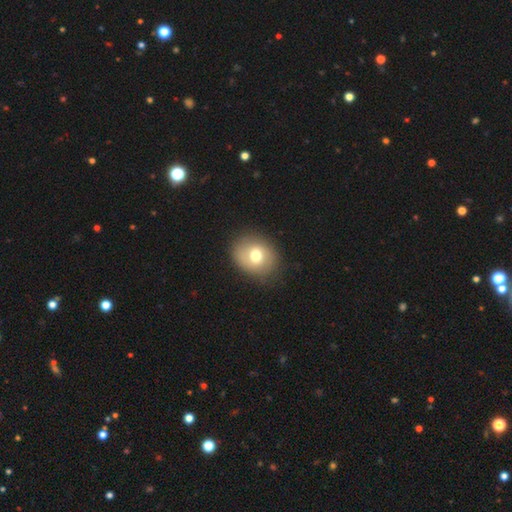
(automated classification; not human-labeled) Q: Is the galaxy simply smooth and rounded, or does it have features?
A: smooth — 68%.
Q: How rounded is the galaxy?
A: round — 53%.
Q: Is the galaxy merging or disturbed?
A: none — 82%.